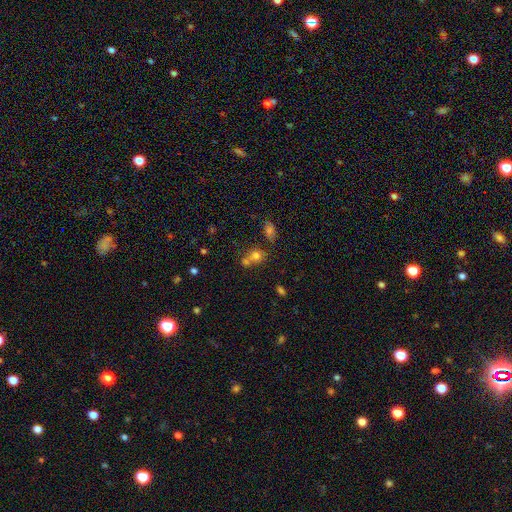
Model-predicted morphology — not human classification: The model was most divided on "merging": merger: 51%, none: 36%, minor disturbance: 9%, major disturbance: 5%. More confident: smooth or featured — smooth (69%); how rounded — round (66%).